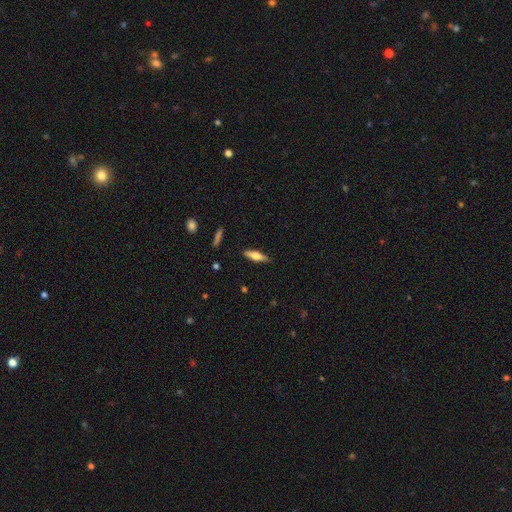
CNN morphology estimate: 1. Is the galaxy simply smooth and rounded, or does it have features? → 48% smooth, 46% featured or disk, 7% star or artifact.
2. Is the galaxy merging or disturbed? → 87% none, 10% minor disturbance, 2% major disturbance, 1% merger.